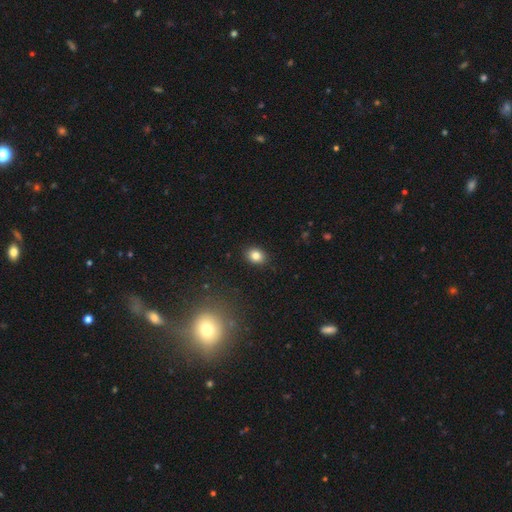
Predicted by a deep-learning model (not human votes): This appears to be a smooth galaxy with no disk features (83%) that is in between round and cigar-shaped (54%). Merging: none (89%).